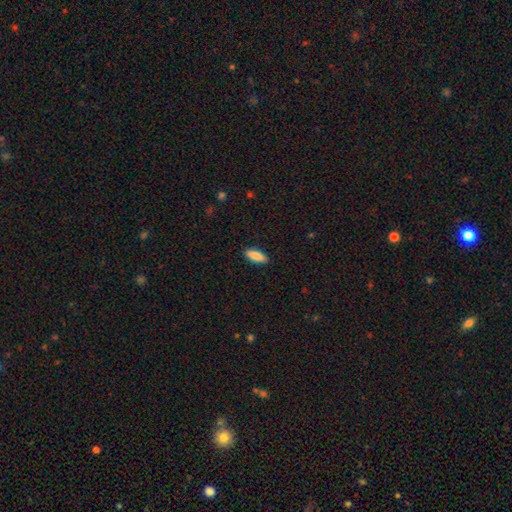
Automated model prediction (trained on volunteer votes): The model was most divided on "how rounded": in between: 73%, cigar-shaped: 25%, round: 2%. More confident: merging — none (90%); smooth or featured — smooth (87%).